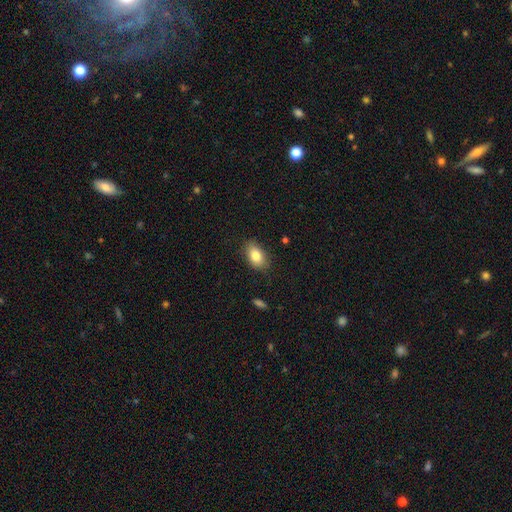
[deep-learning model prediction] Overall: smooth (83%). How rounded: in between (89%). Merging: none (81%).